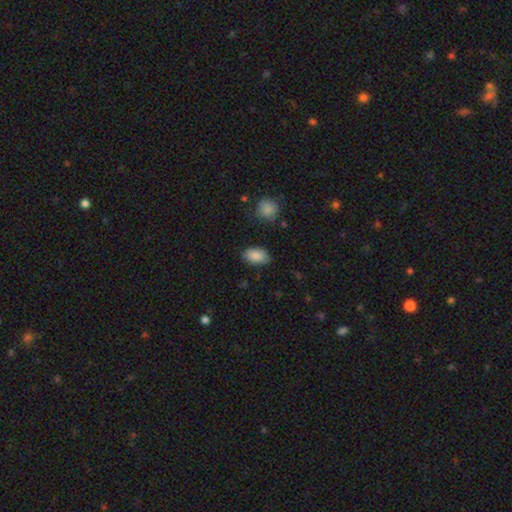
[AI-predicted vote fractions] This appears to be a smooth galaxy with no disk features (87%) that is in between round and cigar-shaped (92%). Merging: none (79%).